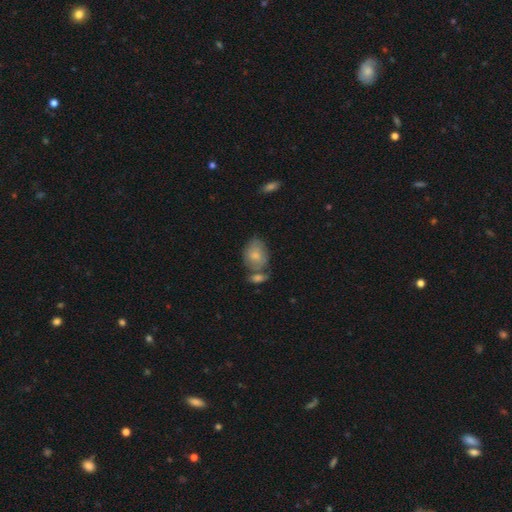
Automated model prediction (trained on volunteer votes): Smooth or featured: smooth — 69% (featured or disk — 23%)
How rounded: in between — 68% (round — 30%)
Merging: none — 46% (merger — 28%)